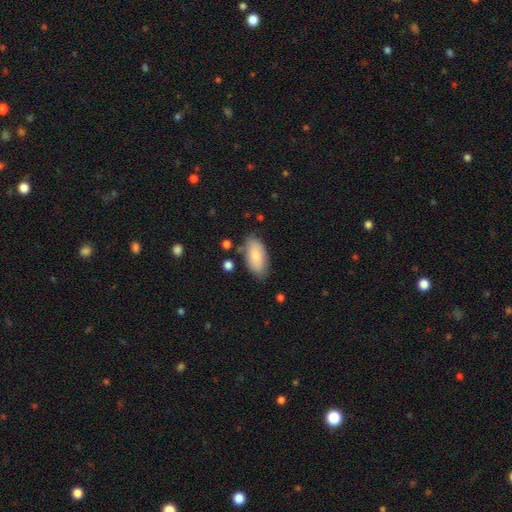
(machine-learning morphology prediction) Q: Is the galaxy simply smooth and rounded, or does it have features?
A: smooth — 80%.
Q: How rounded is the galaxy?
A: in between — 93%.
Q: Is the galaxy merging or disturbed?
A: none — 76%.